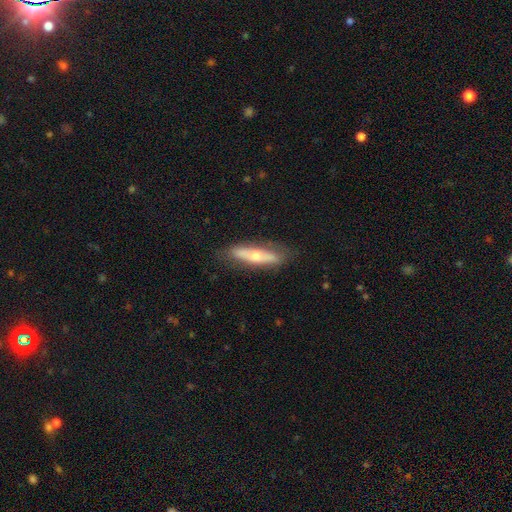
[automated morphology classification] smooth-or-featured: featured or disk: 48% | smooth: 46% | star or artifact: 6%
  merging: none: 79% | minor disturbance: 15% | major disturbance: 4% | merger: 1%